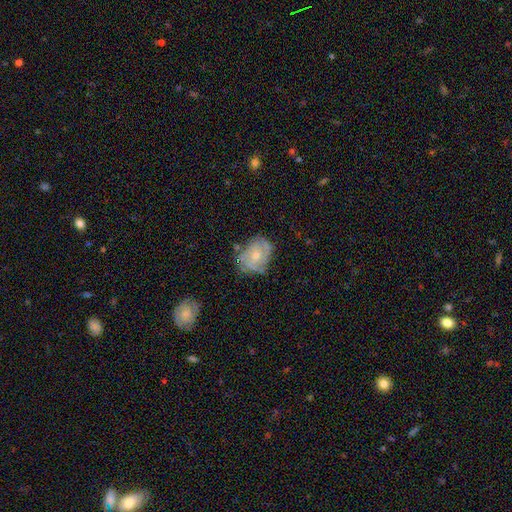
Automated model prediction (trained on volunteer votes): Smooth or featured?
  - featured or disk: 64% *
  - smooth: 29%
  - star or artifact: 7%
Edge-on disk?
  - no: 97% *
  - yes: 3%
Bar?
  - no: 78% *
  - weak: 19%
  - strong: 3%
Spiral arms?
  - yes: 78% *
  - no: 22%
Bulge size?
  - moderate: 52% *
  - small: 42%
  - large: 3%
  - none: 2%
  - dominant: 1%
Merging?
  - none: 58% *
  - minor disturbance: 28%
  - major disturbance: 10%
  - merger: 3%